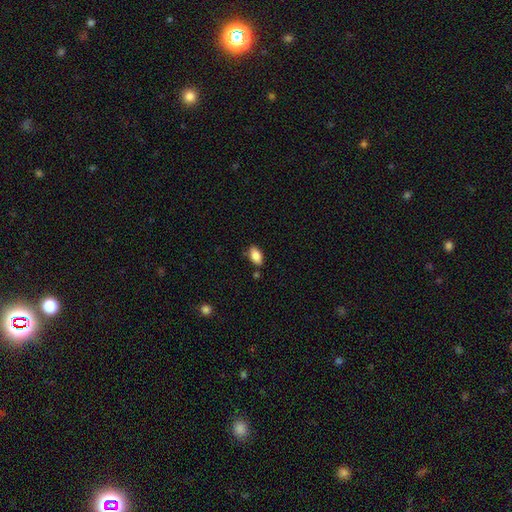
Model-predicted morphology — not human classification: smooth 86%, star or artifact 8%, featured or disk 6%. Down the decision tree: how rounded — in between (92%); merging — none (80%).